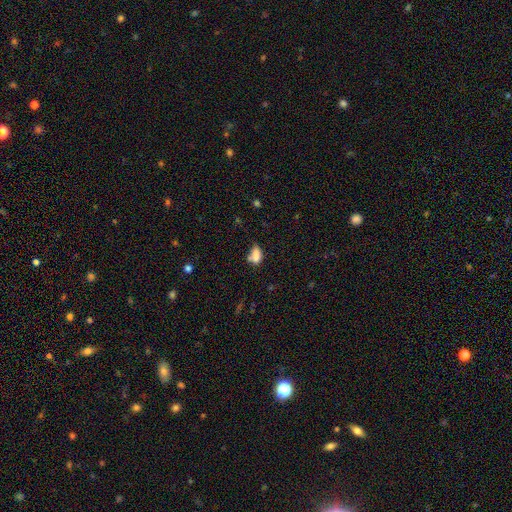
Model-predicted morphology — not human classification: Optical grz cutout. It shows a smooth galaxy with no disk features (78%) that is in between round and cigar-shaped (83%). Merging: none (42%).